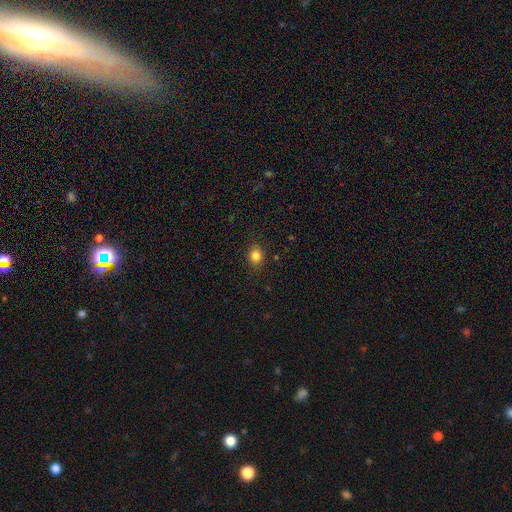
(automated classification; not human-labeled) This appears to be a smooth galaxy with no disk features (83%) that is round (63%). Merging: none (87%).